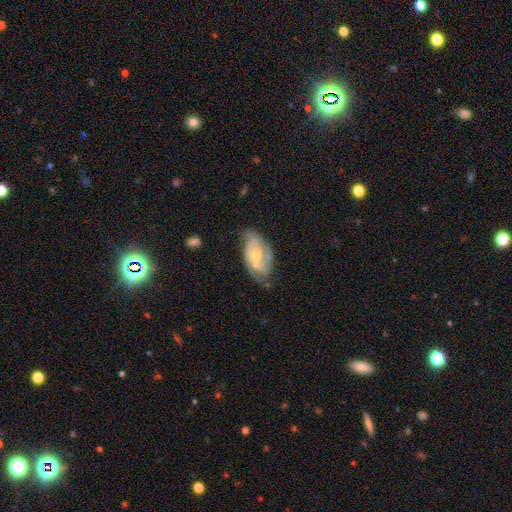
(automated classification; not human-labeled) Smooth or featured: featured or disk — 77% (smooth — 17%)
Edge-on disk: no — 96% (yes — 4%)
Bar: no — 59% (weak — 33%)
Spiral arms: yes — 87% (no — 13%)
Spiral winding: tight — 47% (medium — 40%)
Spiral arm count: 2 — 52% (can't tell — 26%)
Bulge size: small — 53% (moderate — 40%)
Merging: none — 54% (minor disturbance — 29%)